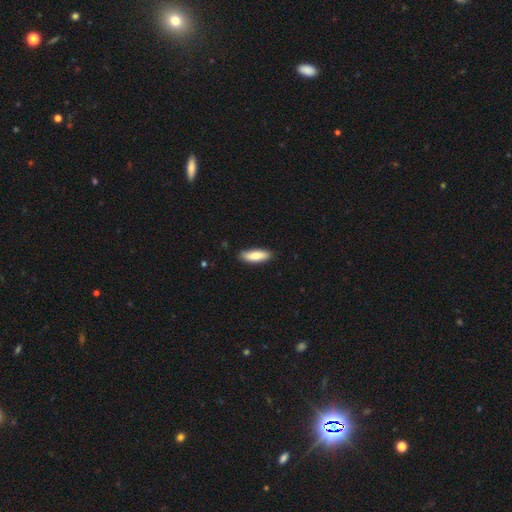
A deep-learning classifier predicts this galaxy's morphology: smooth-or-featured: smooth: 83% | featured or disk: 11% | star or artifact: 6%
  how-rounded: in between: 55% | cigar-shaped: 43% | round: 2%
  merging: none: 85% | minor disturbance: 12% | major disturbance: 2% | merger: 1%